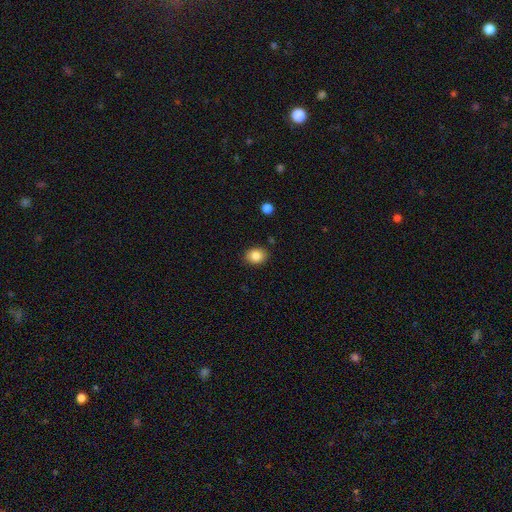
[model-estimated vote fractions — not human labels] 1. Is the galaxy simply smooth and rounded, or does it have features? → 85% smooth, 9% star or artifact, 6% featured or disk.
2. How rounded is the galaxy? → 52% in between, 47% round, 1% cigar-shaped.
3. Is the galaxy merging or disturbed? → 86% none, 10% minor disturbance, 2% major disturbance, 2% merger.